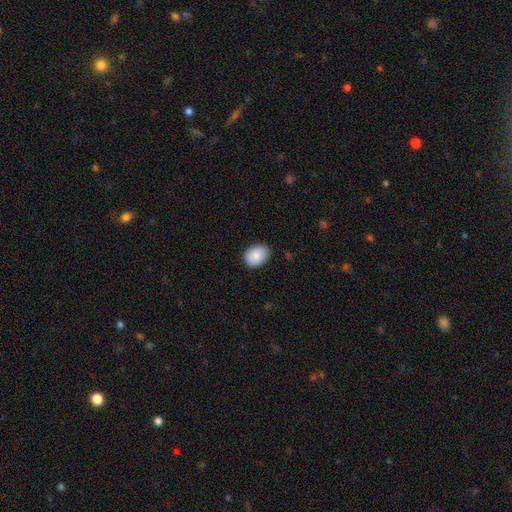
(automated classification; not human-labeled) Smooth or featured? Predicted: smooth (p=0.87). How rounded? Predicted: in between (p=0.67). Merging? Predicted: none (p=0.82).